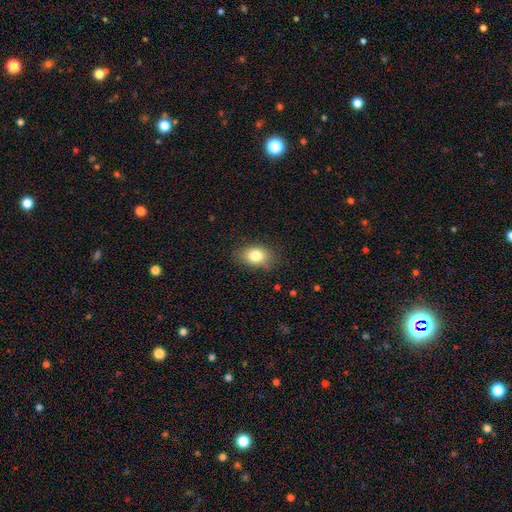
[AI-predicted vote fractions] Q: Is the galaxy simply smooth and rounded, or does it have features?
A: smooth — 82%.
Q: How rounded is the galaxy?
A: in between — 78%.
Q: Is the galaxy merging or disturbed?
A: none — 81%.